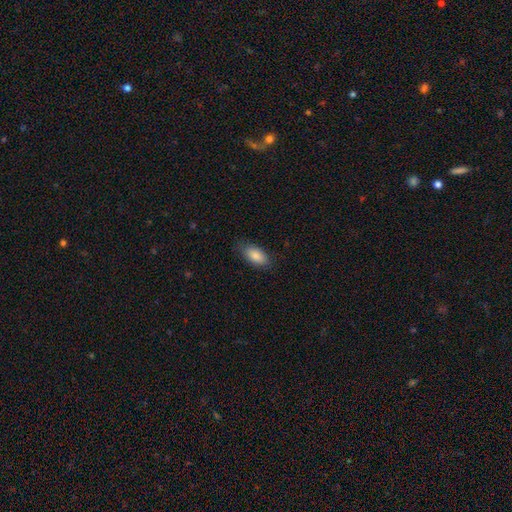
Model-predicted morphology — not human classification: Smooth or featured: smooth — 86% (featured or disk — 7%)
How rounded: in between — 91% (cigar-shaped — 6%)
Merging: none — 80% (minor disturbance — 15%)